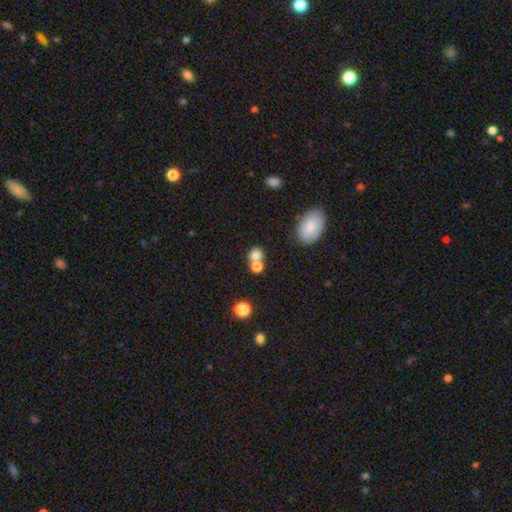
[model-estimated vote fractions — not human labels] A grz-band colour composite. It shows a smooth galaxy with no disk features (77%) that is round (73%). Merging: none (47%).